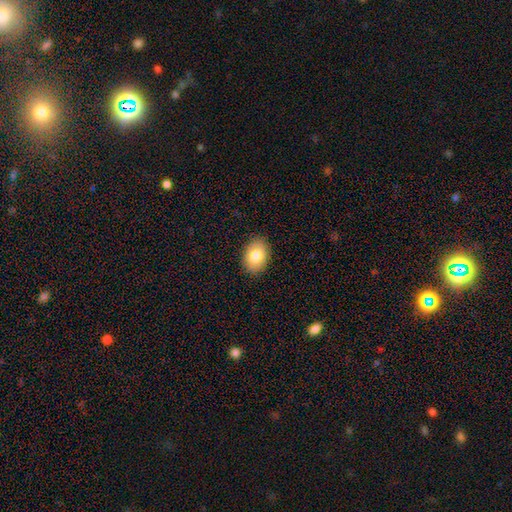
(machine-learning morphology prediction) smooth 80%, featured or disk 12%, star or artifact 8%. Down the decision tree: how rounded — in between (79%); merging — none (89%).